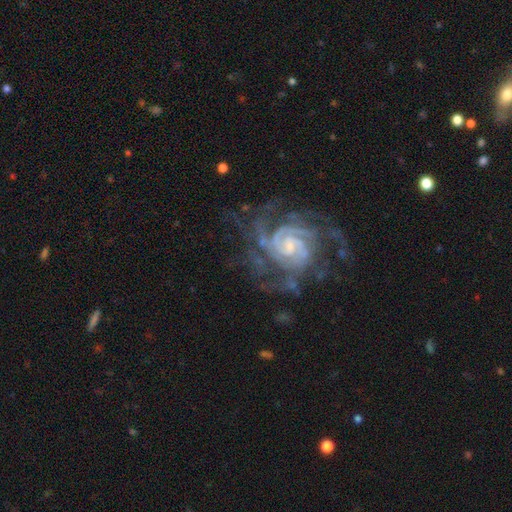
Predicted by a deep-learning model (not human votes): smooth-or-featured: featured or disk: 87% | star or artifact: 9% | smooth: 4%
  disk-edge-on: no: 97% | yes: 3%
    bar: no: 59% | weak: 32% | strong: 9%
    has-spiral-arms: yes: 97% | no: 3%
      spiral-winding: tight: 60% | medium: 34% | loose: 6%
      spiral-arm-count: can't tell: 23% | 3: 22% | 4: 20% | 2: 17% | more than 4: 10% | 1: 8%
    bulge-size: small: 54% | moderate: 36% | large: 5% | none: 4% | dominant: 1%
  merging: none: 74% | minor disturbance: 14% | major disturbance: 11% | merger: 2%